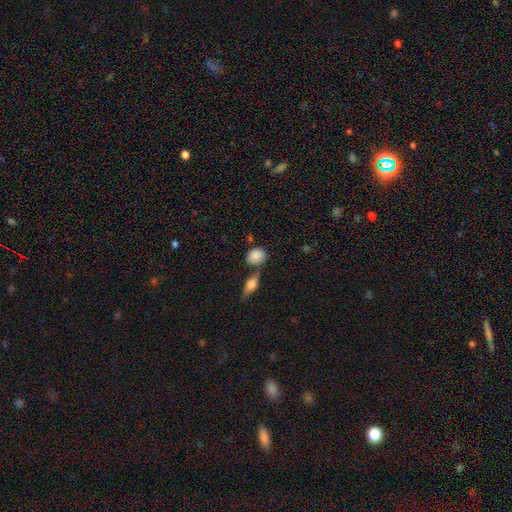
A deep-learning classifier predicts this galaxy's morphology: A smooth galaxy with no disk features (85%) that is round (54%). Merging: none (63%).